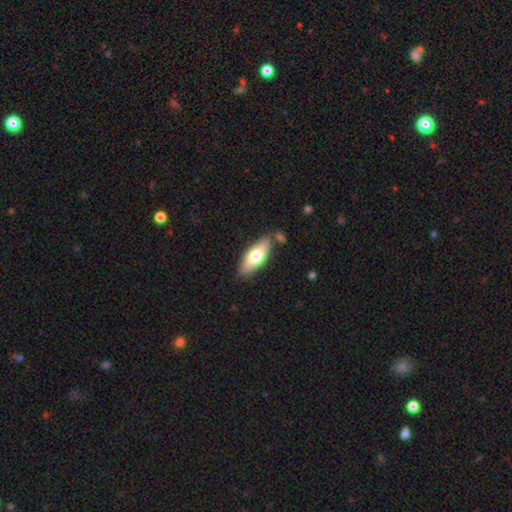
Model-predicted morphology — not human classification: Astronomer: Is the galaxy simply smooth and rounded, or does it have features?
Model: smooth — 70%.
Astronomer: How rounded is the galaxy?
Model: in between — 69%.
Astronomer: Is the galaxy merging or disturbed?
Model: none — 78%.